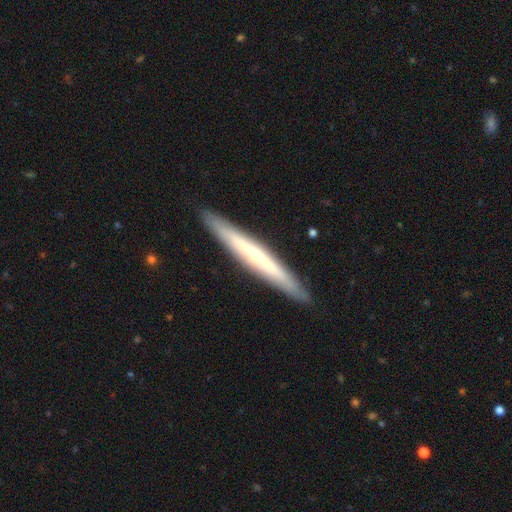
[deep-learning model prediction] Smooth or featured? featured or disk (52%)
Edge-on disk? yes (93%)
Merging? none (91%)